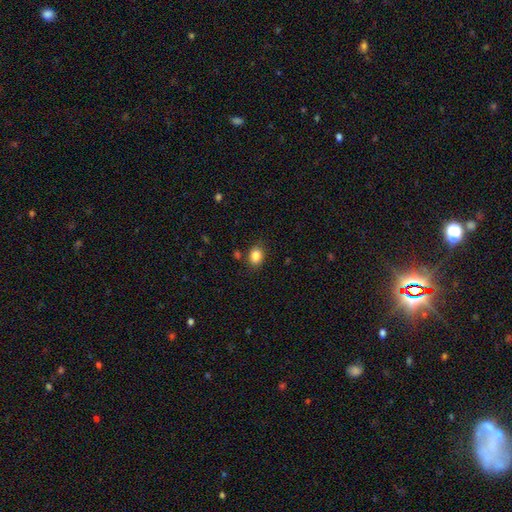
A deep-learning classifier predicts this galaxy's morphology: type=smooth (85%); roundness=in between (56%); merging=none (82%).